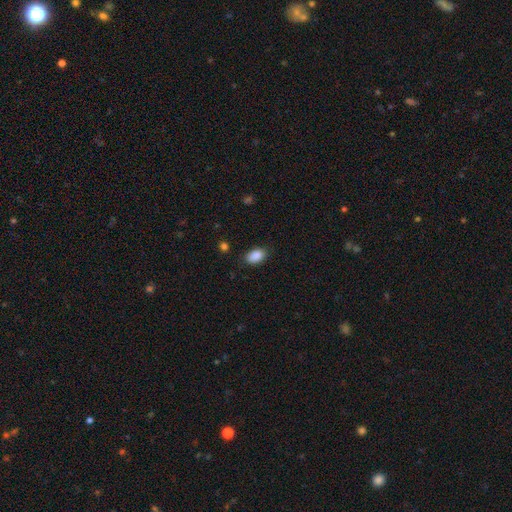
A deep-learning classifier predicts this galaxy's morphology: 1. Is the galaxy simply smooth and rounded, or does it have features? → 88% smooth, 8% star or artifact, 4% featured or disk.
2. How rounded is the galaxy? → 90% in between, 9% round, 1% cigar-shaped.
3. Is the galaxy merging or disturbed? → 84% none, 12% minor disturbance, 3% major disturbance, 1% merger.